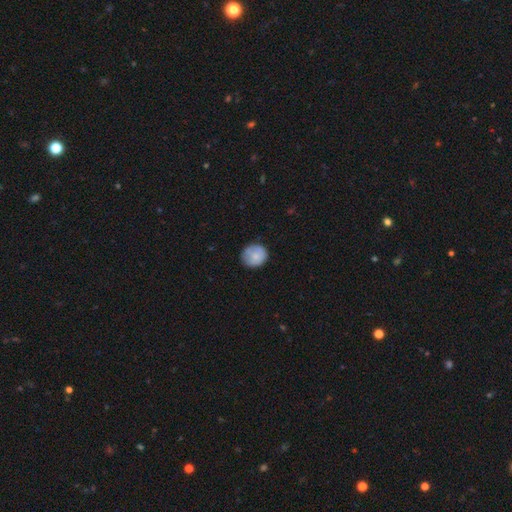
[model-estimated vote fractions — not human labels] Overall: smooth (79%). How rounded: round (80%). Merging: none (76%).